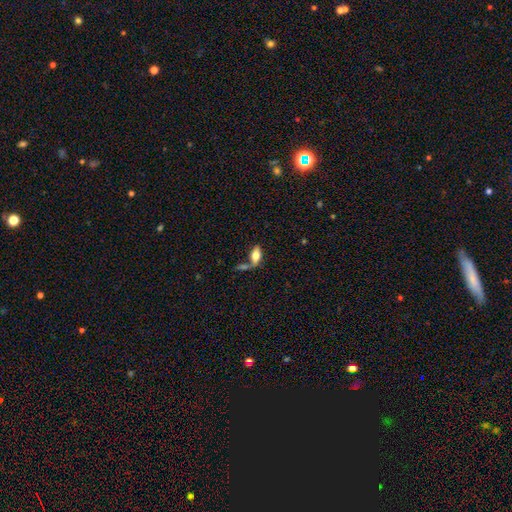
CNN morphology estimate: A smooth galaxy with no disk features (69%) that is in between round and cigar-shaped (84%). Merging: none (45%).